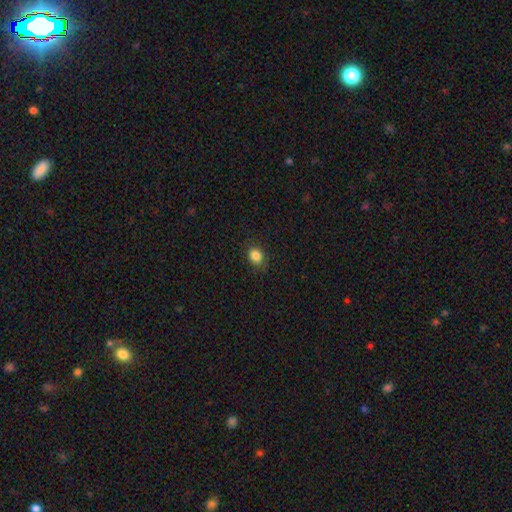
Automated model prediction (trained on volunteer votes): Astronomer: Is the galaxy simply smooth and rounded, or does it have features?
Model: smooth — 85%.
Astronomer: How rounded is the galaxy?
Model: round — 50% (runner-up: in between, 49%).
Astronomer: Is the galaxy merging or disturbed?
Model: none — 84%.